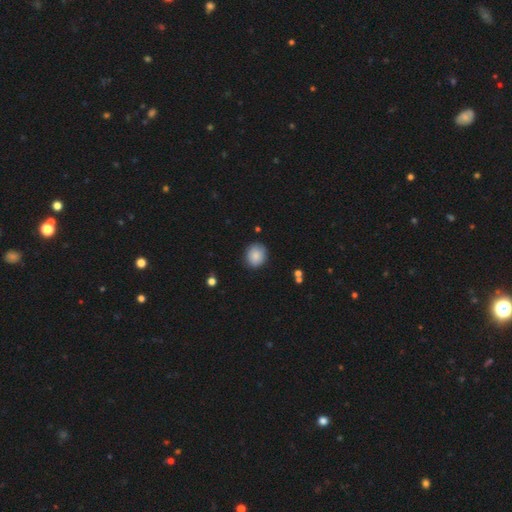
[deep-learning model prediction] This appears to be a smooth galaxy with no disk features (86%) that is round (75%). Merging: none (86%).